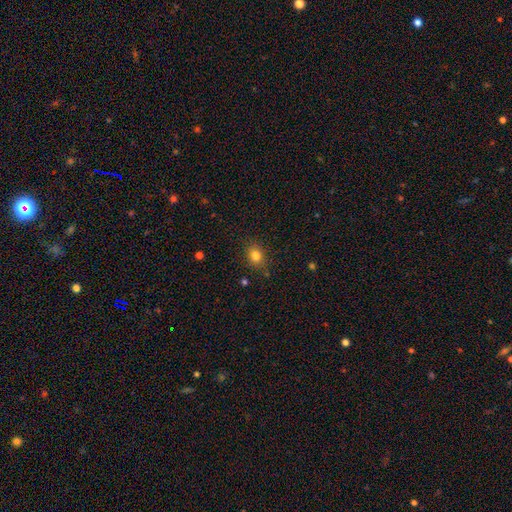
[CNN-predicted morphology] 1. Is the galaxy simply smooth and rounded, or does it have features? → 81% smooth, 12% star or artifact, 7% featured or disk.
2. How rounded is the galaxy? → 56% in between, 43% round, 1% cigar-shaped.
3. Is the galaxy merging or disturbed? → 84% none, 12% minor disturbance, 3% major disturbance, 2% merger.